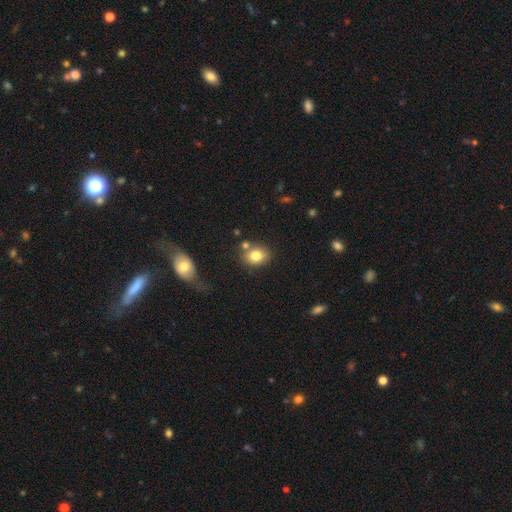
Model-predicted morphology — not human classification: Overall: smooth (80%). How rounded: in between (51%; round 48%). Merging: none (68%).